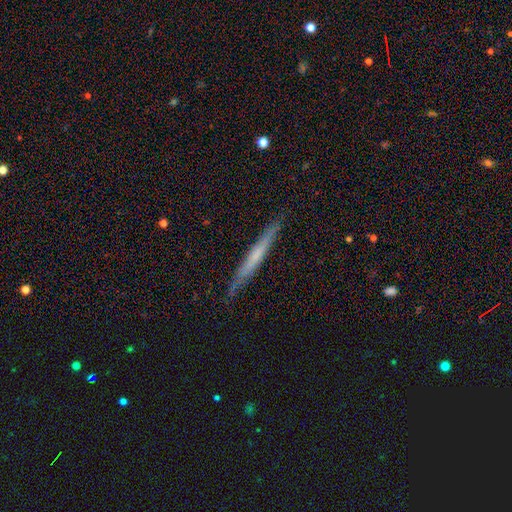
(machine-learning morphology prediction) smooth_or_featured: featured or disk (p=0.50) [alt: smooth p=0.44]
disk_edge_on: yes (p=0.95) [alt: no p=0.05]
merging: none (p=0.86) [alt: minor disturbance p=0.11]